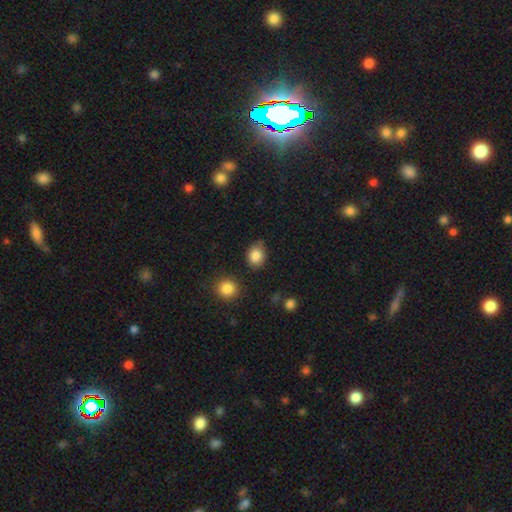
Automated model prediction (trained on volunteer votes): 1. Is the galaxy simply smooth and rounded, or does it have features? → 85% smooth, 9% star or artifact, 6% featured or disk.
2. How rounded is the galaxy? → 54% round, 45% in between, 1% cigar-shaped.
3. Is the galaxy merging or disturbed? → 72% none, 21% minor disturbance, 4% major disturbance, 3% merger.